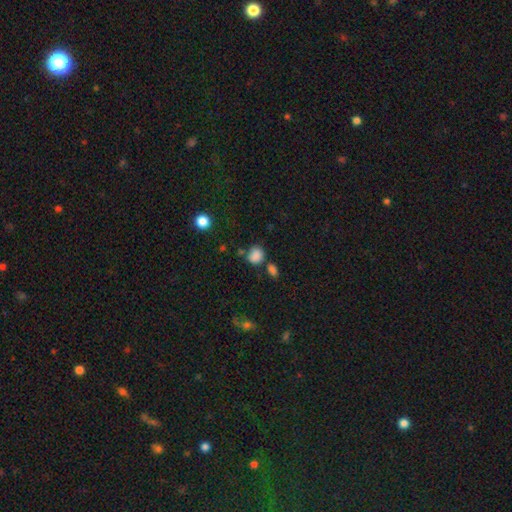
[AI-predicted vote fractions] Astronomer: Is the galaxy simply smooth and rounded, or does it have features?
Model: smooth — 83%.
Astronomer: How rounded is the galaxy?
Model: round — 63%.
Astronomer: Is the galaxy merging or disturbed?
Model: none — 60%.